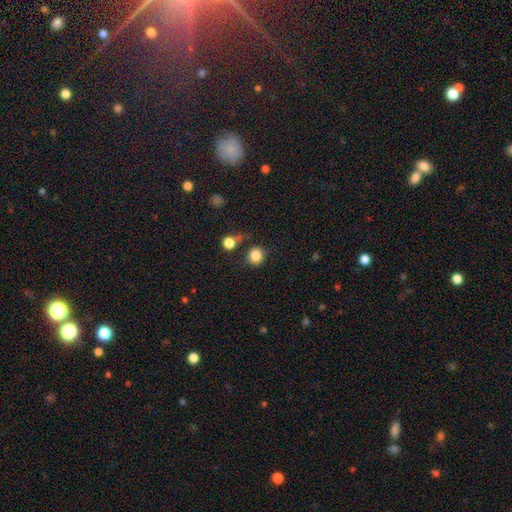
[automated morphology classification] Smooth or featured: smooth — 84% (star or artifact — 11%)
How rounded: round — 88% (in between — 11%)
Merging: none — 75% (minor disturbance — 12%)